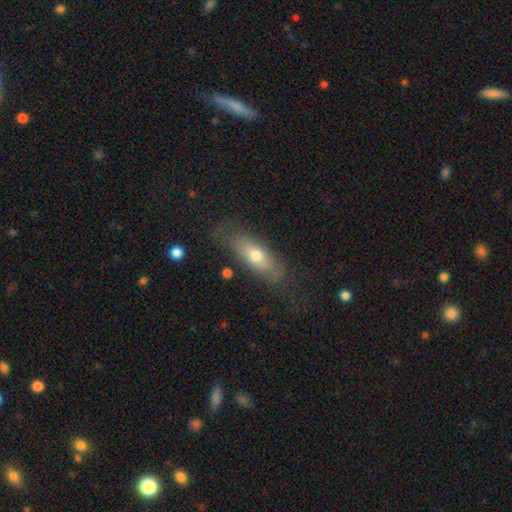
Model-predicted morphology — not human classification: Smooth or featured? smooth (63%)
How rounded? in between (60%)
Merging? none (72%)